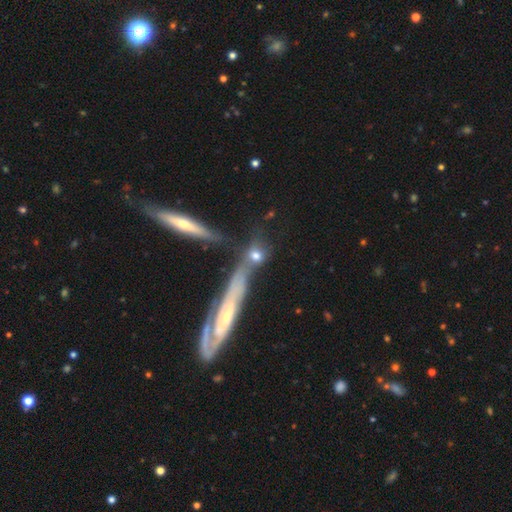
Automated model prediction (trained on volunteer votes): This appears to be a smooth galaxy with no disk features (61%) that is round (53%). Merging: none (47%).